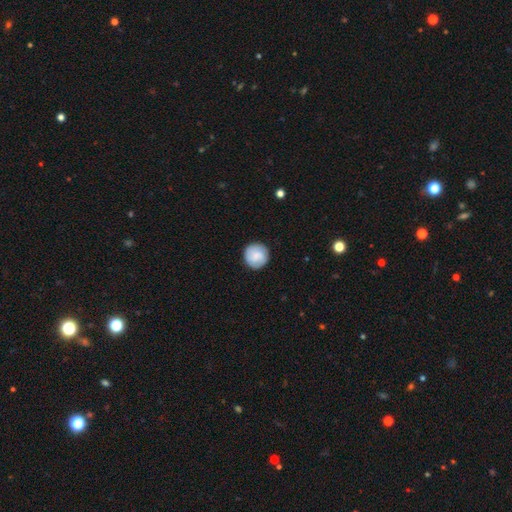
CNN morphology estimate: type=smooth (75%); roundness=round (95%); merging=none (89%).